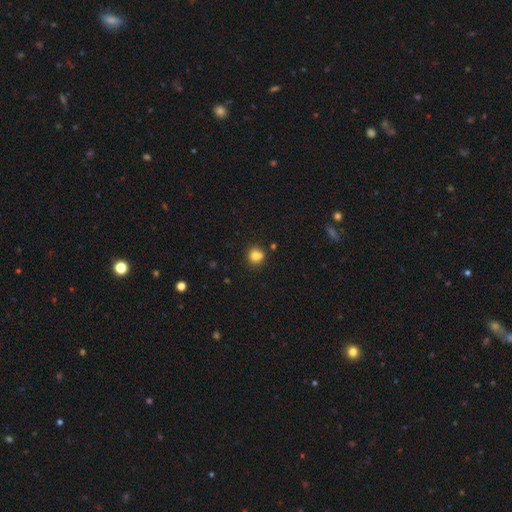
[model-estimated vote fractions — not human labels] Smooth or featured: smooth — 80% (star or artifact — 11%)
How rounded: round — 78% (in between — 21%)
Merging: none — 62% (merger — 17%)